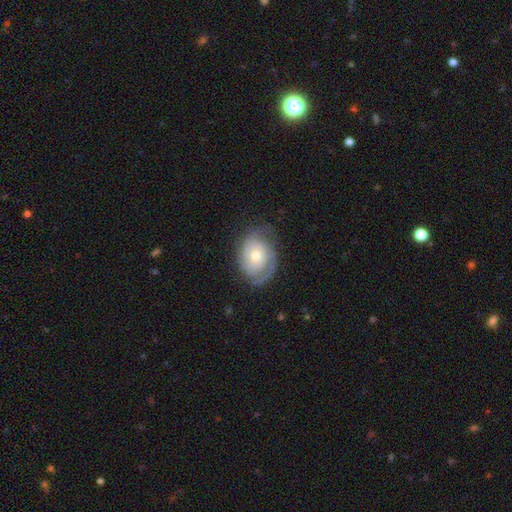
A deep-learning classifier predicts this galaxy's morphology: Overall: featured or disk (65%; smooth 28%). Edge-on disk: no (96%). Bar: no (80%). Spiral arms: yes (85%). Spiral arm count: 2 (44%; can't tell 26%). Spiral winding: tight (54%; medium 32%). Bulge size: moderate (52%; small 42%). Merging: none (63%; minor disturbance 24%).